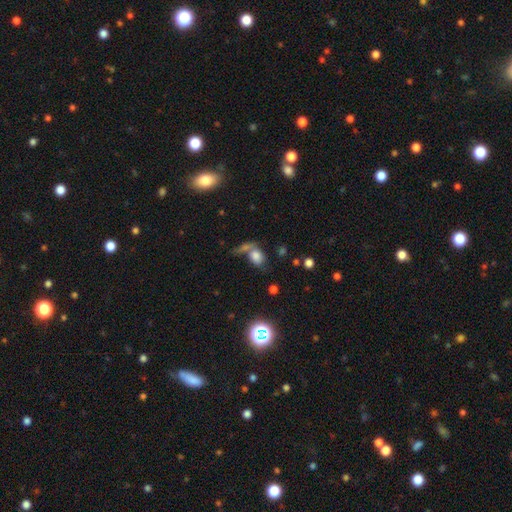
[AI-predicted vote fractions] Q: Smooth or featured?
A: smooth (74%); runner-up: star or artifact (14%)
Q: How rounded?
A: in between (64%); runner-up: round (33%)
Q: Merging?
A: merger (40%); runner-up: none (35%)